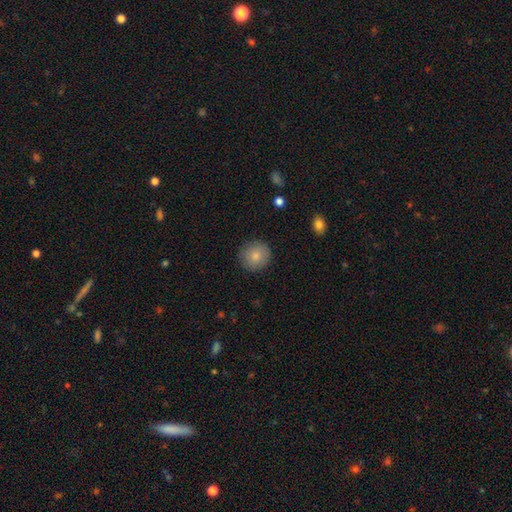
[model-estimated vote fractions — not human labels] The model was most divided on "smooth or featured": smooth: 83%, featured or disk: 9%, star or artifact: 8%. More confident: how rounded — round (90%); merging — none (88%).